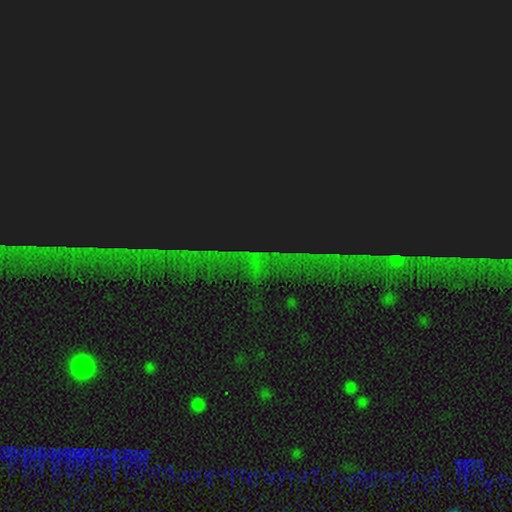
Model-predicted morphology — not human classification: Smooth or featured?
  - star or artifact: 86% *
  - smooth: 7%
  - featured or disk: 7%